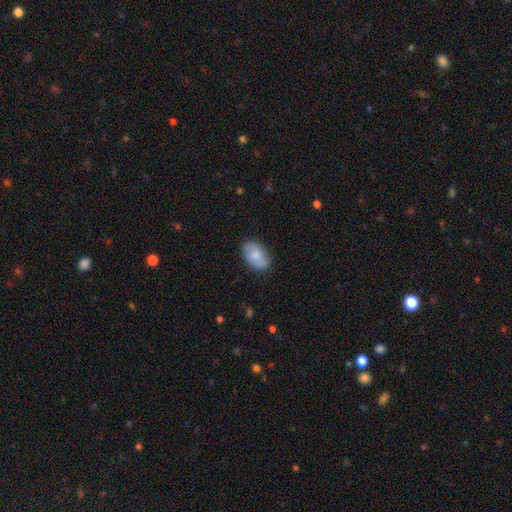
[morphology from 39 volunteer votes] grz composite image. It shows a smooth galaxy with no disk features (74%) that is in between round and cigar-shaped (79%). Merging: none (82%).